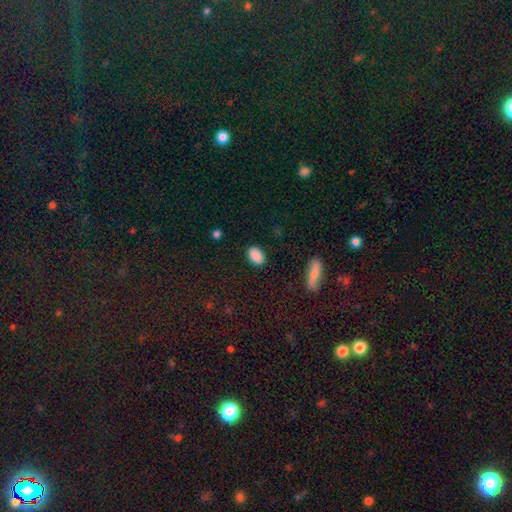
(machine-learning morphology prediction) smooth_or_featured: smooth (p=0.88) [alt: star or artifact p=0.08]
how_rounded: in between (p=0.86) [alt: round p=0.12]
merging: none (p=0.86) [alt: minor disturbance p=0.10]